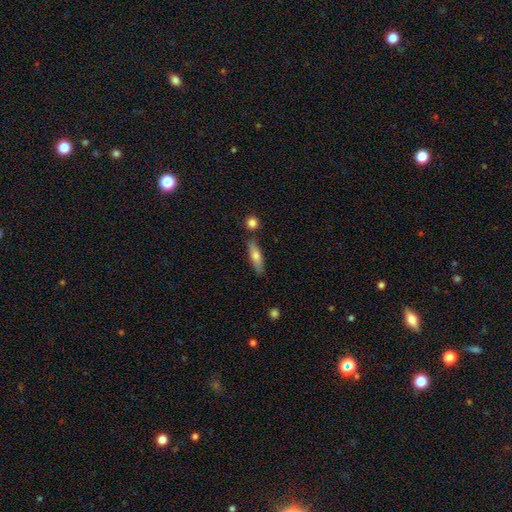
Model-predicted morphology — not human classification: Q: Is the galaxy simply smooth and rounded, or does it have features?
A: smooth — 67%.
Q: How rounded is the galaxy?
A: cigar-shaped — 65%.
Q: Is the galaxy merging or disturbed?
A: none — 78%.